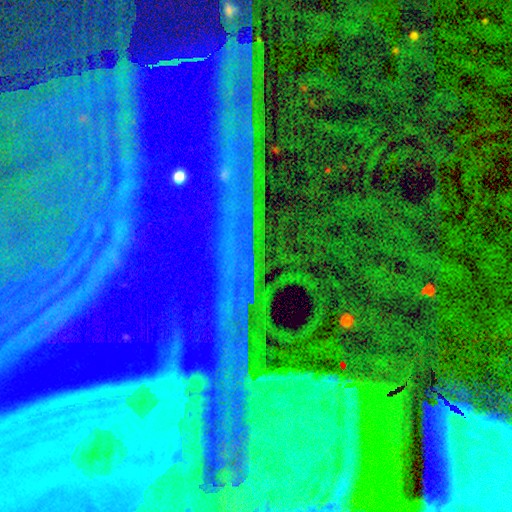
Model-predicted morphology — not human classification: Q: Smooth or featured?
A: star or artifact (85%); runner-up: featured or disk (8%)